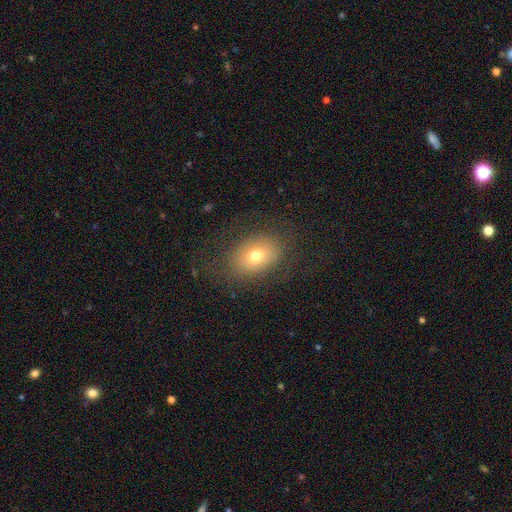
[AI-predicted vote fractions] Smooth or featured: smooth — 70% (featured or disk — 19%)
How rounded: in between — 74% (round — 25%)
Merging: none — 77% (minor disturbance — 13%)